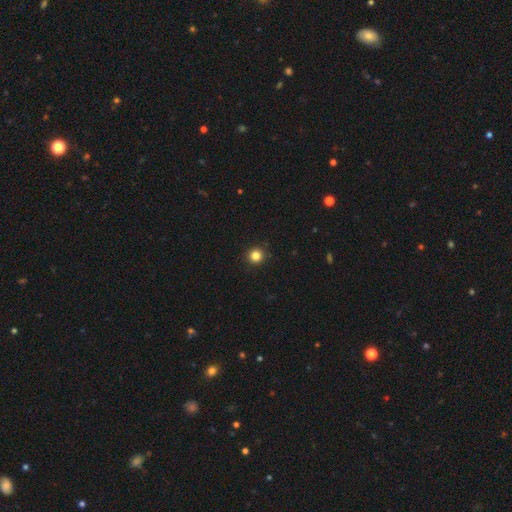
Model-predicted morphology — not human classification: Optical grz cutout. It shows a smooth galaxy with no disk features (83%) that is round (95%). Merging: none (92%).